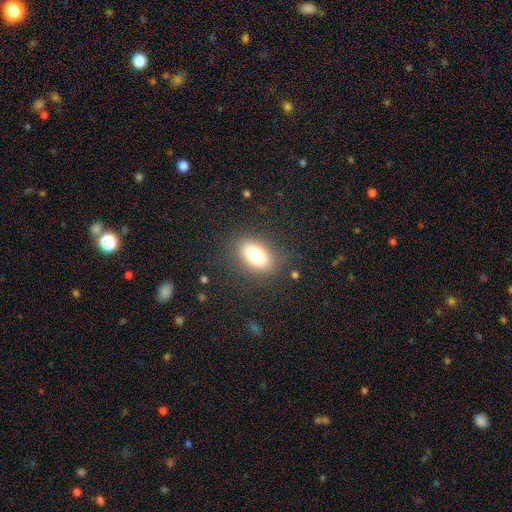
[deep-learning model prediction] A smooth galaxy with no disk features (75%) that is in between round and cigar-shaped (84%).

Vote fractions:
- Smooth or featured? smooth: 75% / featured or disk: 15% / star or artifact: 11%
- How rounded? in between: 84% / round: 13% / cigar-shaped: 3%
- Merging? none: 83% / minor disturbance: 11% / major disturbance: 5% / merger: 1%